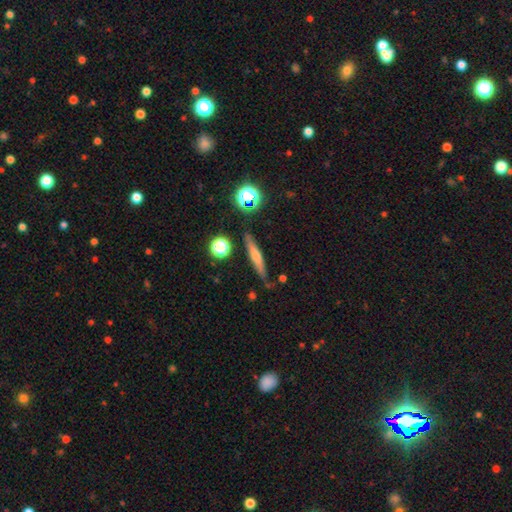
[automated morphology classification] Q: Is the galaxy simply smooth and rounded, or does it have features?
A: featured or disk — 54%.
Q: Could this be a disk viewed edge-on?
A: yes — 93%.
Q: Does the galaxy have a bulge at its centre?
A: rounded — 70%.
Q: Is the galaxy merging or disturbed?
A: none — 85%.